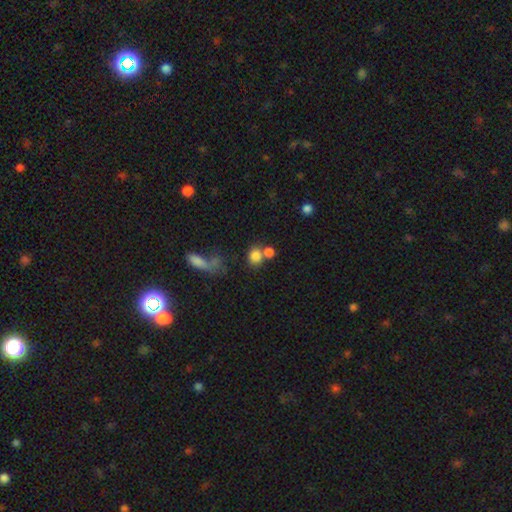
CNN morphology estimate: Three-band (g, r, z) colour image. It shows a smooth galaxy with no disk features (80%) that is round (67%). Merging: none (44%).